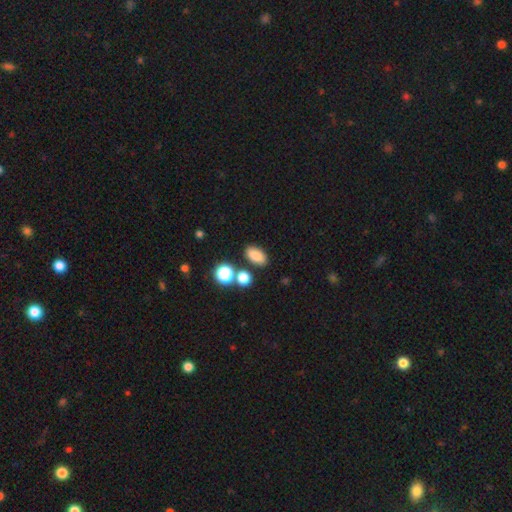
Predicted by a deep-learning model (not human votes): Morphology: type=smooth (81%); roundness=in between (86%); merging=none (78%).